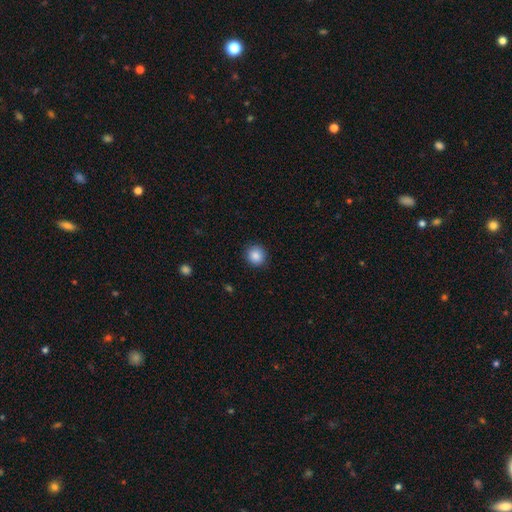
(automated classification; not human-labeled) Smooth or featured? Predicted: smooth (p=0.87). How rounded? Predicted: round (p=0.90). Merging? Predicted: none (p=0.90).